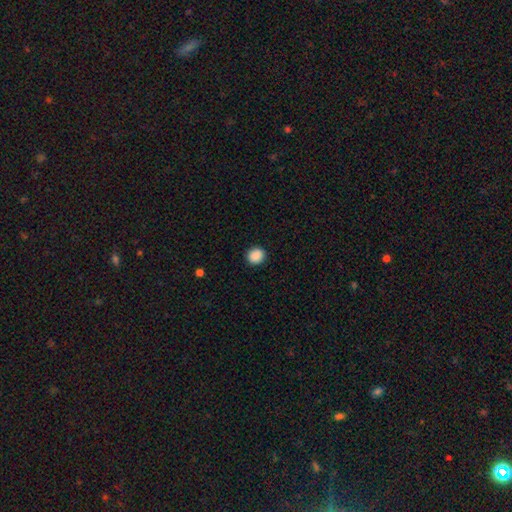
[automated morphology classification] Smooth or featured?
  - smooth: 89% *
  - star or artifact: 8%
  - featured or disk: 2%
How rounded?
  - round: 83% *
  - in between: 16%
  - cigar-shaped: 1%
Merging?
  - none: 92% *
  - minor disturbance: 6%
  - major disturbance: 2%
  - merger: 1%